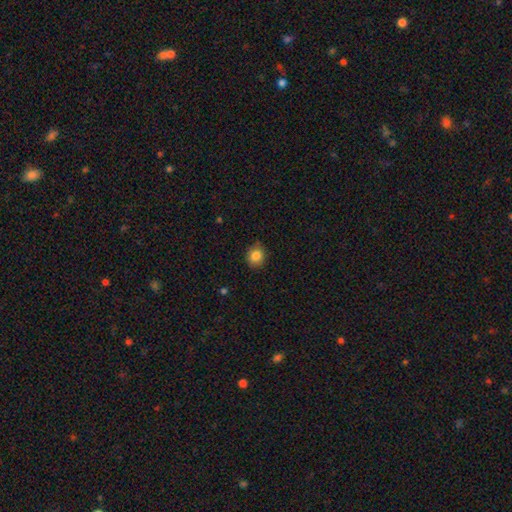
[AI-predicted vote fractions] Smooth or featured? Predicted: smooth (p=0.84). How rounded? Predicted: round (p=0.74). Merging? Predicted: none (p=0.85).